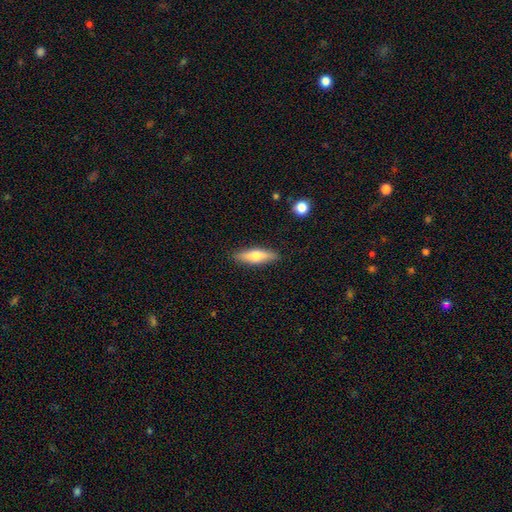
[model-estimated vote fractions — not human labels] A smooth galaxy with no disk features (64%) that is cigar-shaped (63%).

Vote fractions:
- Smooth or featured? smooth: 64% / featured or disk: 30% / star or artifact: 6%
- How rounded? cigar-shaped: 63% / in between: 35% / round: 2%
- Merging? none: 88% / minor disturbance: 9% / major disturbance: 2% / merger: 1%